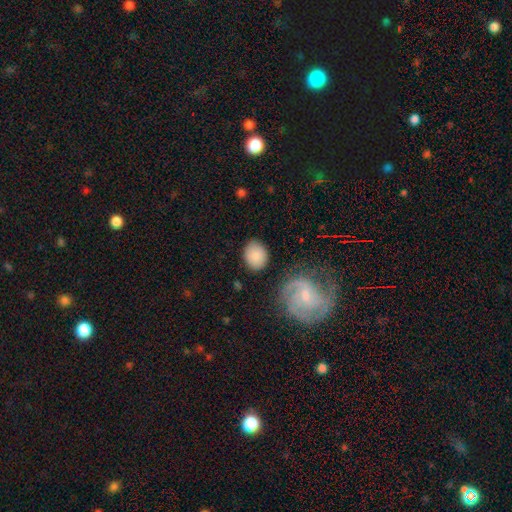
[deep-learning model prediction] smooth-or-featured: smooth: 83% | featured or disk: 10% | star or artifact: 7%
  how-rounded: round: 53% | in between: 46% | cigar-shaped: 1%
  merging: none: 80% | minor disturbance: 12% | major disturbance: 4% | merger: 3%